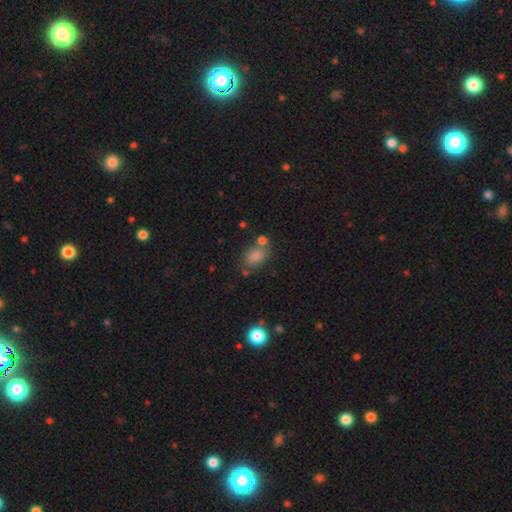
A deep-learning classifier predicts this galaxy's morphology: A smooth galaxy with no disk features (81%) that is in between round and cigar-shaped (80%). Merging: none (62%).